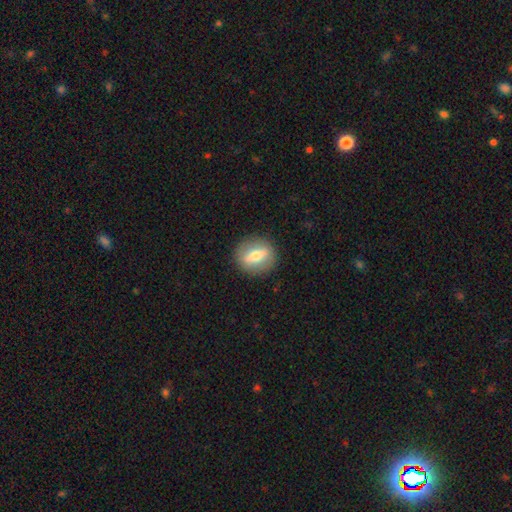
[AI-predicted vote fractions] Morphology: type=smooth (50%); merging=none (88%).